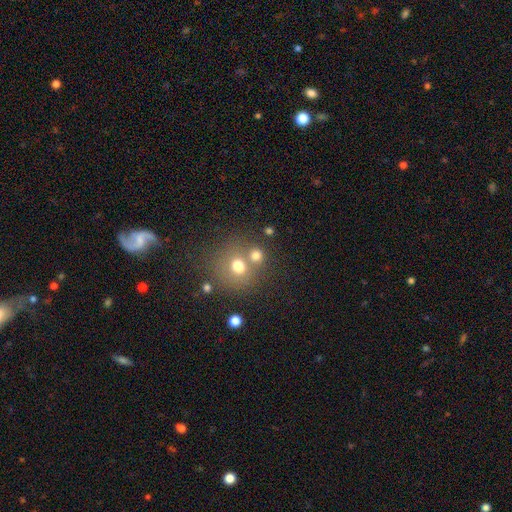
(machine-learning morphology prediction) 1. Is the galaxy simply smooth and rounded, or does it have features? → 72% smooth, 16% star or artifact, 12% featured or disk.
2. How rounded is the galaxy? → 86% round, 13% in between, 1% cigar-shaped.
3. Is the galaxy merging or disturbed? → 55% none, 32% merger, 8% minor disturbance, 5% major disturbance.